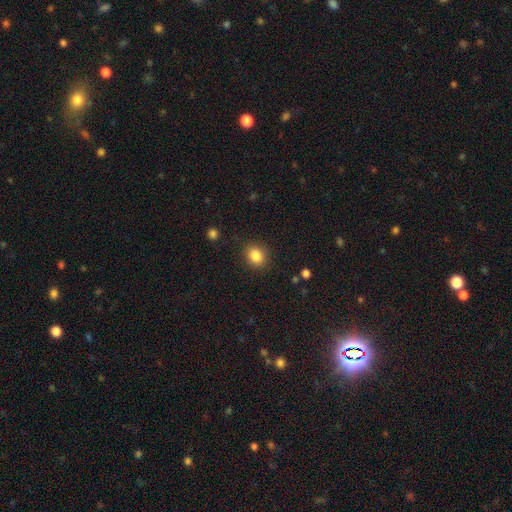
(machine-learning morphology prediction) Q: Smooth or featured?
A: smooth (85%); runner-up: star or artifact (10%)
Q: How rounded?
A: round (59%); runner-up: in between (40%)
Q: Merging?
A: none (87%); runner-up: minor disturbance (9%)